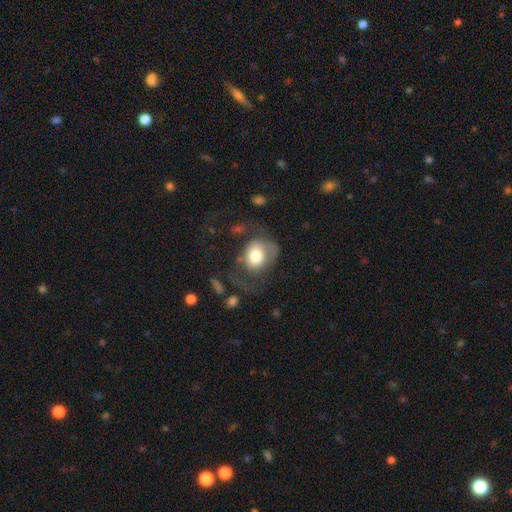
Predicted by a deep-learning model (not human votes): Morphology: type=smooth (62%); roundness=round (51%); merging=major disturbance (42%).